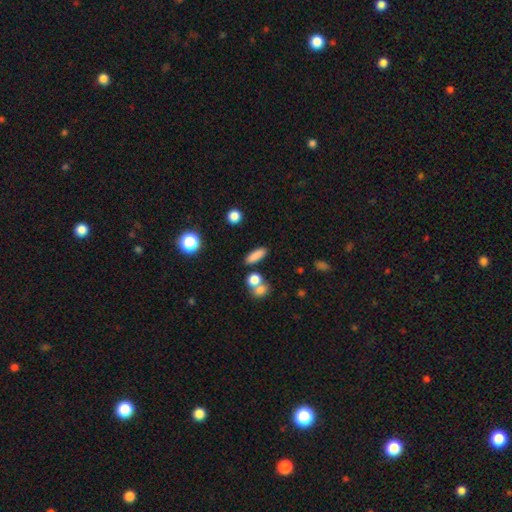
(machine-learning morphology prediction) smooth 82%, star or artifact 10%, featured or disk 8%. Down the decision tree: how rounded — in between (52%); merging — none (74%).